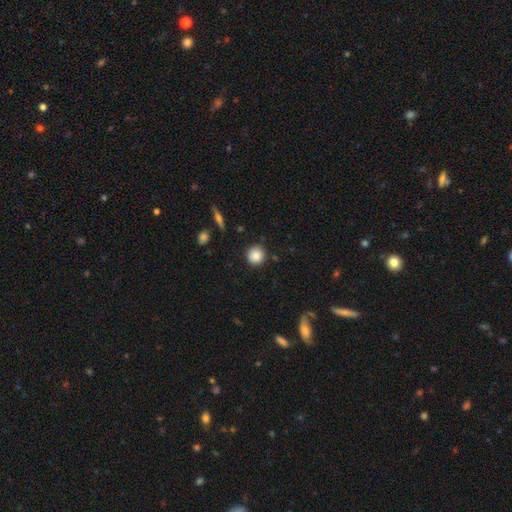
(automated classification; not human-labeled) Morphology: type=smooth (85%); roundness=round (94%); merging=none (89%).